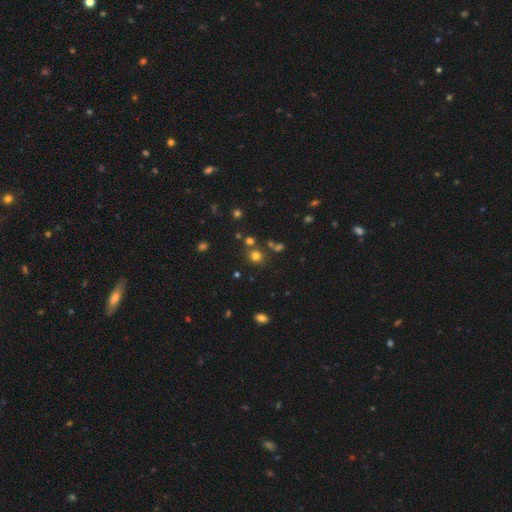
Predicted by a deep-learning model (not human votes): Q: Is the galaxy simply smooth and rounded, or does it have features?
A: smooth — 72%.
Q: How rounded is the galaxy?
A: round — 88%.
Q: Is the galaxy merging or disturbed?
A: none — 76%.